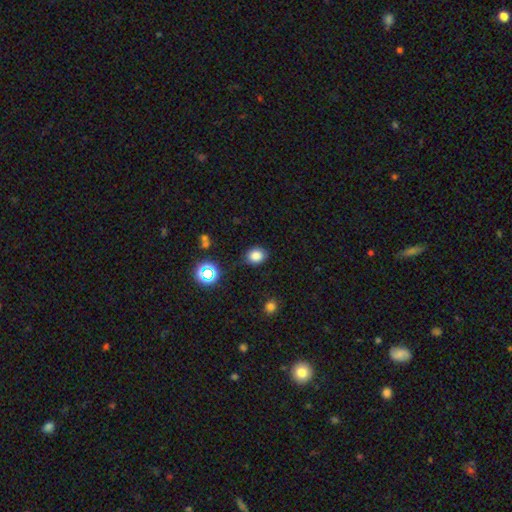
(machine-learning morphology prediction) Smooth or featured? smooth (79%)
How rounded? round (58%)
Merging? none (81%)